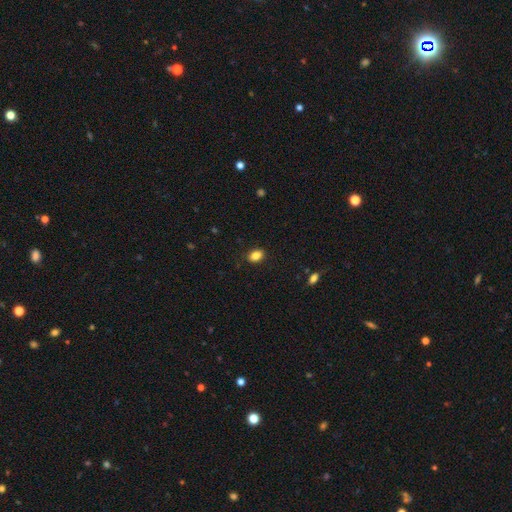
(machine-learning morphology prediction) Smooth or featured?
  - smooth: 85% *
  - star or artifact: 9%
  - featured or disk: 5%
How rounded?
  - in between: 79% *
  - round: 20%
  - cigar-shaped: 1%
Merging?
  - none: 88% *
  - minor disturbance: 9%
  - major disturbance: 2%
  - merger: 1%